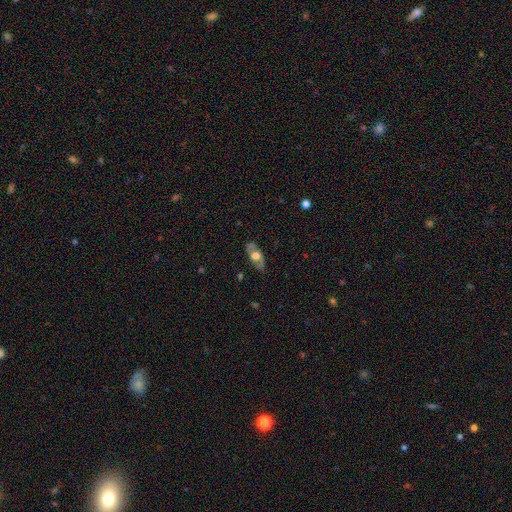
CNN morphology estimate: featured or disk 54%, smooth 39%, star or artifact 7%. Down the decision tree: edge-on disk — no (71%); merging — none (76%).